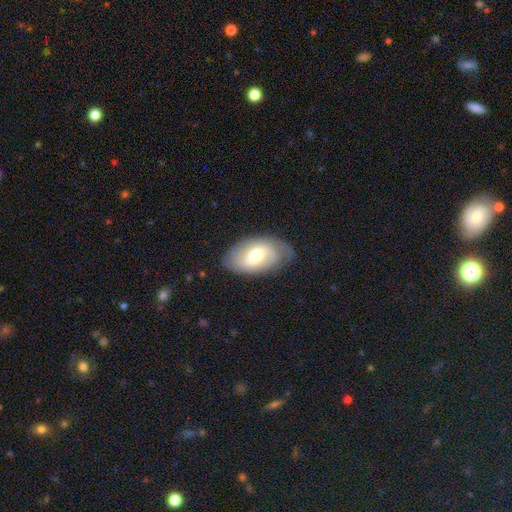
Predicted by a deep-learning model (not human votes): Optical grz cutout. It shows a featured or disk galaxy (49%). Merging: none (70%).